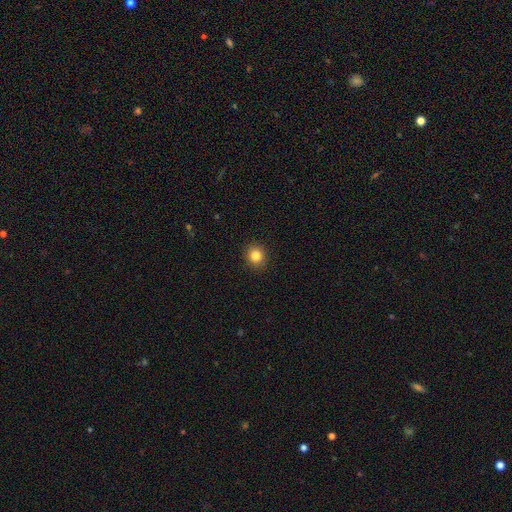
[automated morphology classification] smooth 84%, star or artifact 11%, featured or disk 5%. Down the decision tree: how rounded — round (82%); merging — none (91%).